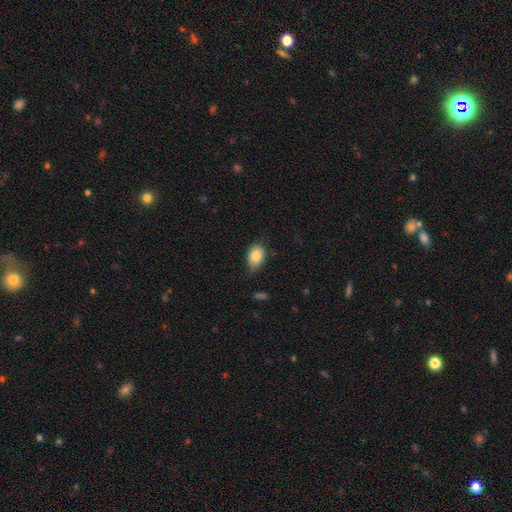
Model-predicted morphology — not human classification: type=smooth (85%); roundness=in between (83%); merging=none (74%).